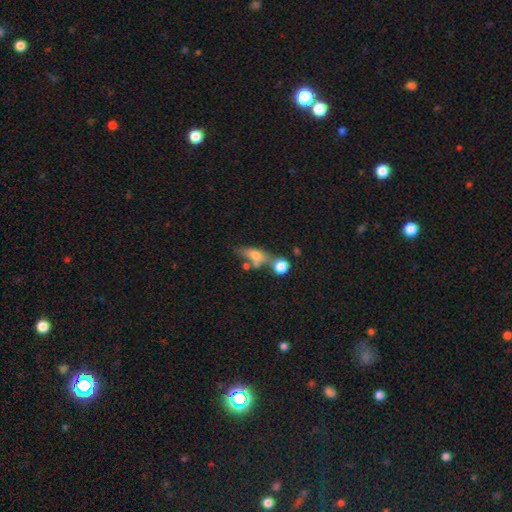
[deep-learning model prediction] The model was most divided on "merging": none: 42%, merger: 29%, minor disturbance: 17%, major disturbance: 12%. More confident: smooth or featured — smooth (58%); how rounded — in between (57%).